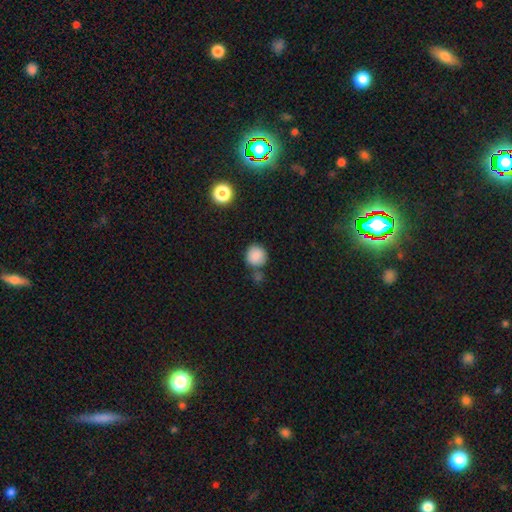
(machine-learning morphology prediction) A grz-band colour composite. It shows a smooth galaxy with no disk features (87%) that is round (90%). Merging: none (70%).